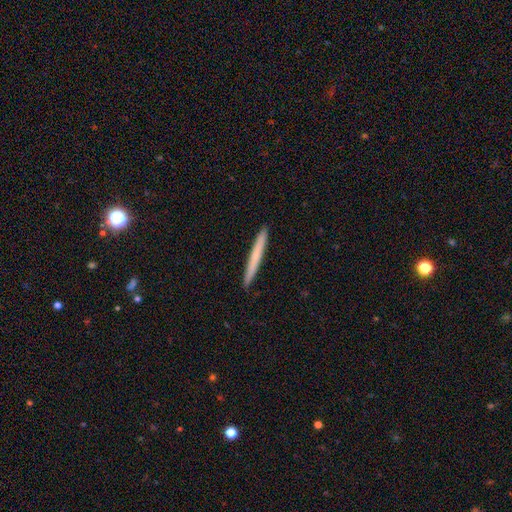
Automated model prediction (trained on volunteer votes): Morphology: type=smooth (66%); roundness=cigar-shaped (97%); merging=none (93%).